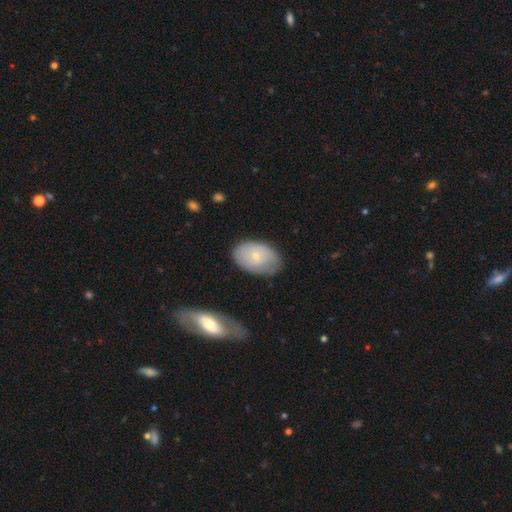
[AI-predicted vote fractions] Overall: smooth (59%; featured or disk 34%). How rounded: in between (87%). Merging: none (70%).